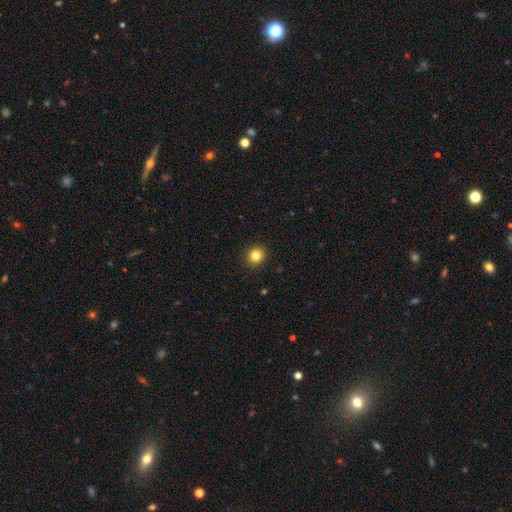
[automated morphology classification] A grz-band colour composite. It shows a smooth galaxy with no disk features (83%) that is round (86%). Merging: none (92%).